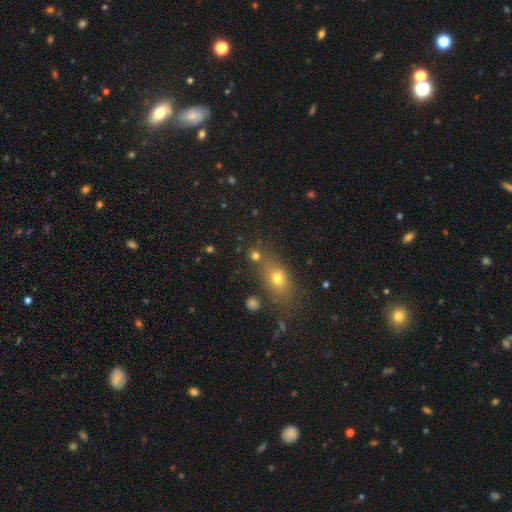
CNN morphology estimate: The model was most divided on "merging": none: 62%, merger: 21%, minor disturbance: 11%, major disturbance: 6%. More confident: how rounded — round (69%); smooth or featured — smooth (69%).